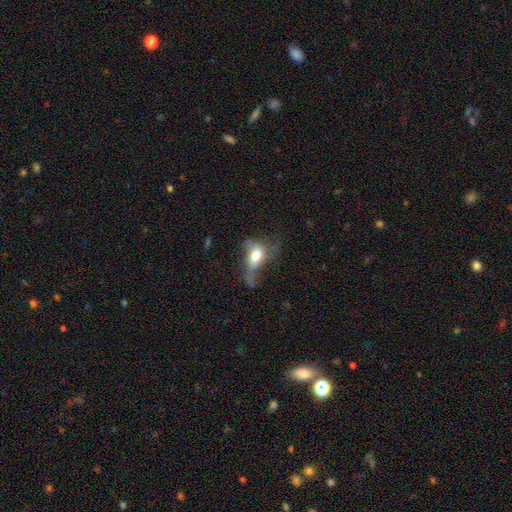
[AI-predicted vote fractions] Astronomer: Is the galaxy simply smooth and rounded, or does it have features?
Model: smooth — 58%.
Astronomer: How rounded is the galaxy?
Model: in between — 74%.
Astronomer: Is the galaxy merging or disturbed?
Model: major disturbance — 50%.